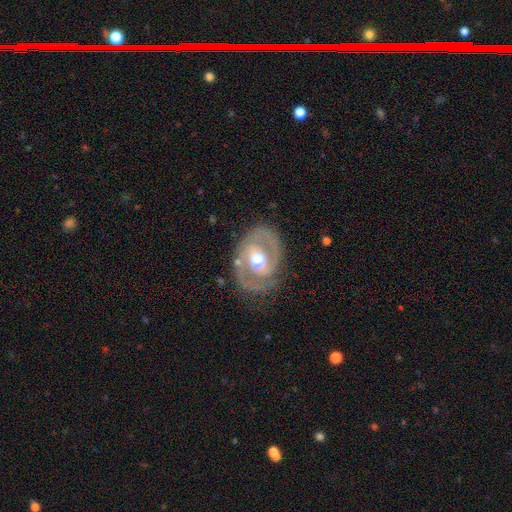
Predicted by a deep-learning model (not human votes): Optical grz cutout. It shows a featured or disk galaxy (80%) with no bar (47%), 2 (73%) tight (43%) spiral arms (78%) and a moderate central bulge (68%). Merging: none (70%).